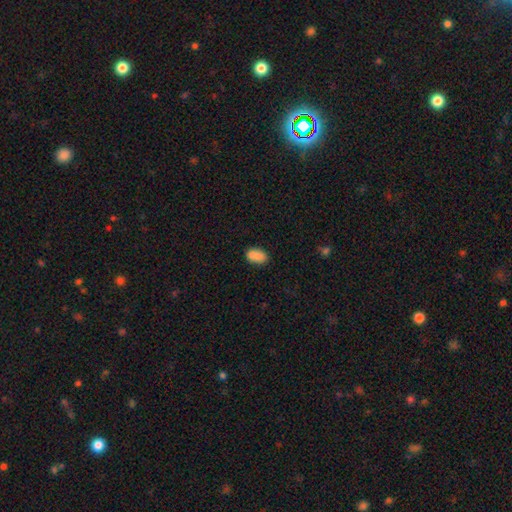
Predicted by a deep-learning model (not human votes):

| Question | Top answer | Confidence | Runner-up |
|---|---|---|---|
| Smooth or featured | smooth | 77% | featured or disk (14%) |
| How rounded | in between | 83% | round (15%) |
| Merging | none | 44% | merger (38%) |